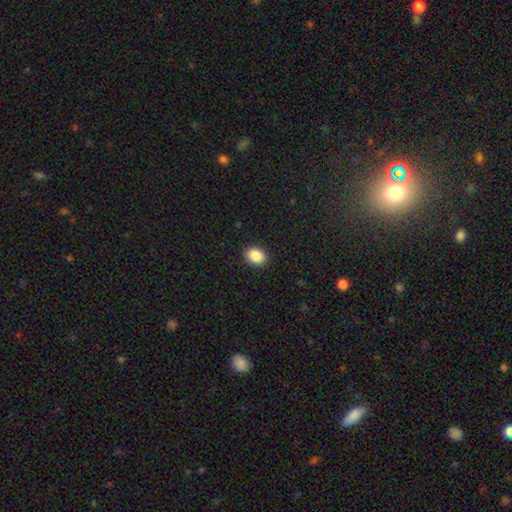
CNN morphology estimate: Q: Smooth or featured?
A: smooth (88%); runner-up: star or artifact (8%)
Q: How rounded?
A: in between (67%); runner-up: round (32%)
Q: Merging?
A: none (91%); runner-up: minor disturbance (6%)